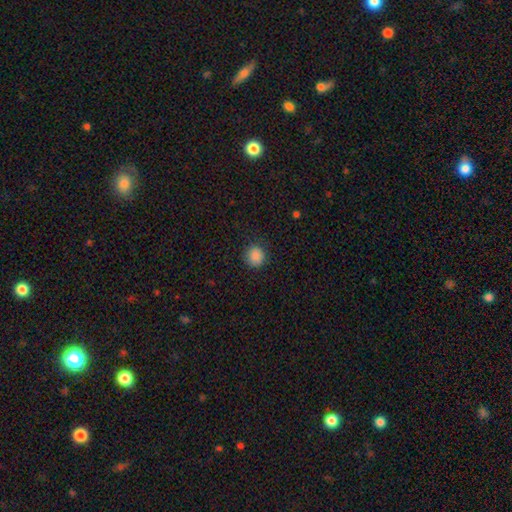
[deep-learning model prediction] A smooth galaxy with no disk features (88%) that is round (90%). Merging: none (89%).